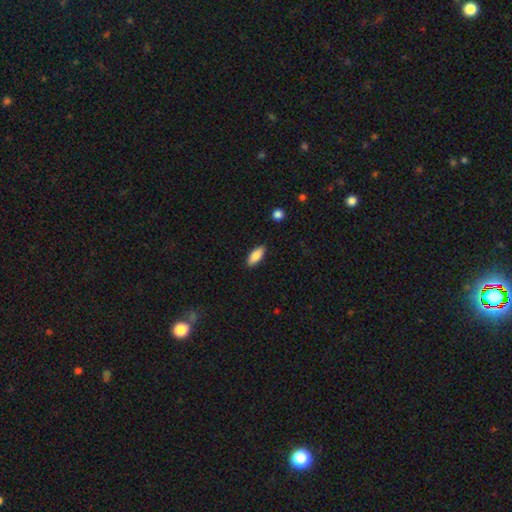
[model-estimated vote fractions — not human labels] smooth_or_featured: smooth (p=0.86) [alt: featured or disk p=0.08]
how_rounded: in between (p=0.80) [alt: cigar-shaped p=0.18]
merging: none (p=0.88) [alt: minor disturbance p=0.09]